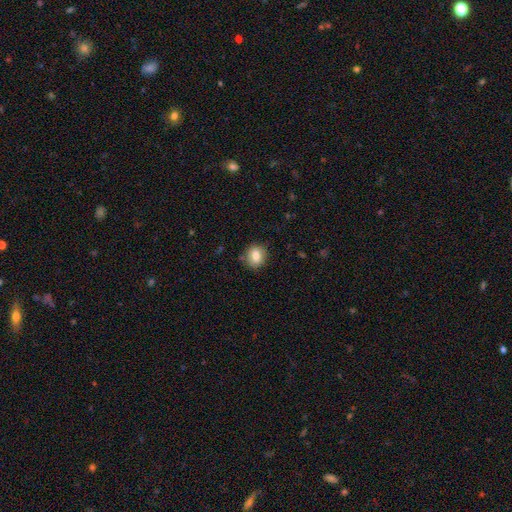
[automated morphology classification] This is clearly a smooth galaxy (82%). How rounded: likely round (69%). Merging: clearly none (85%).